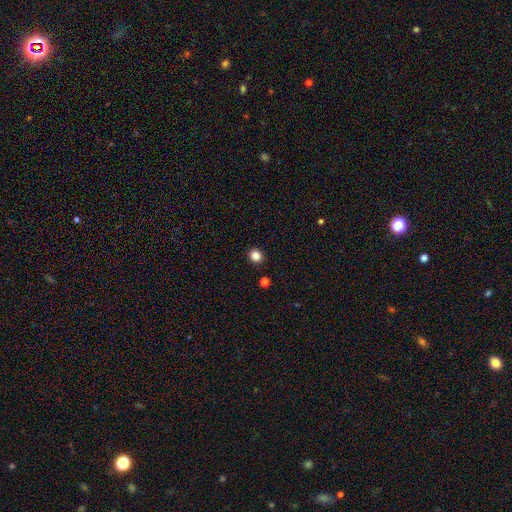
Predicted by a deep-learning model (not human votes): A smooth galaxy with no disk features (84%) that is round (84%). Merging: none (91%).